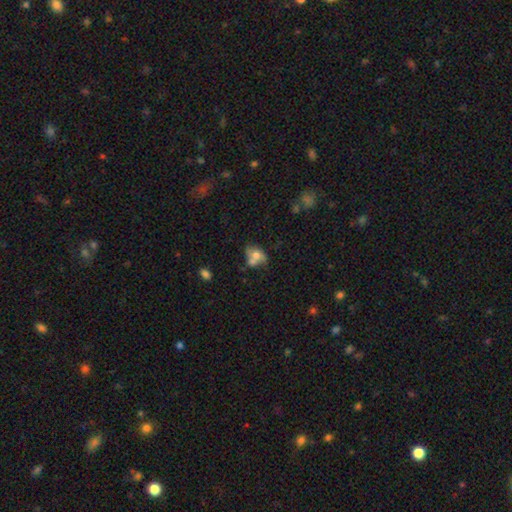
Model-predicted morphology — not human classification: smooth-or-featured: smooth: 57% | featured or disk: 32% | star or artifact: 11%
  how-rounded: in between: 60% | round: 39% | cigar-shaped: 2%
  merging: merger: 37% | none: 35% | minor disturbance: 18% | major disturbance: 10%